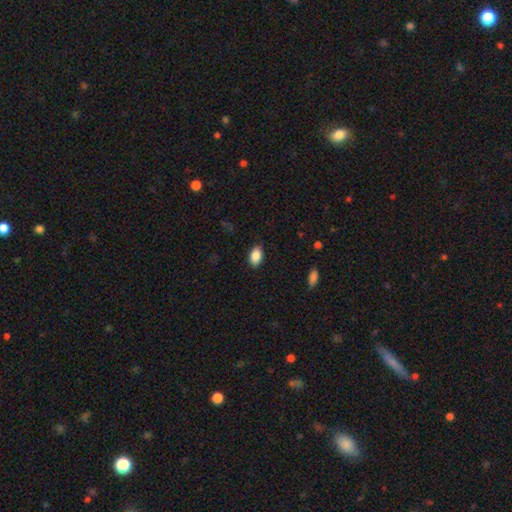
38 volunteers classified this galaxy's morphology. A smooth galaxy with no disk features (89%) that is in between round and cigar-shaped (88%).

Vote fractions:
- Smooth or featured? smooth: 89% / featured or disk: 5% / star or artifact: 5%
- How rounded? in between: 88% / round: 12% / cigar-shaped: 0%
- Merging? none: 89% / minor disturbance: 8% / major disturbance: 3% / merger: 0%